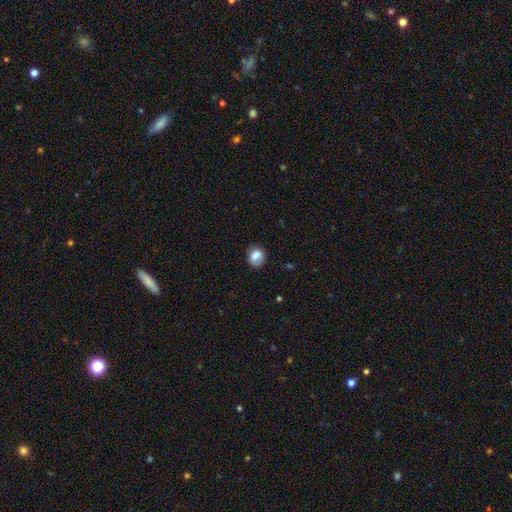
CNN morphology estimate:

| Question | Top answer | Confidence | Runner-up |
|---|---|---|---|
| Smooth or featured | smooth | 83% | featured or disk (9%) |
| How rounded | round | 53% | in between (46%) |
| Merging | none | 74% | minor disturbance (19%) |